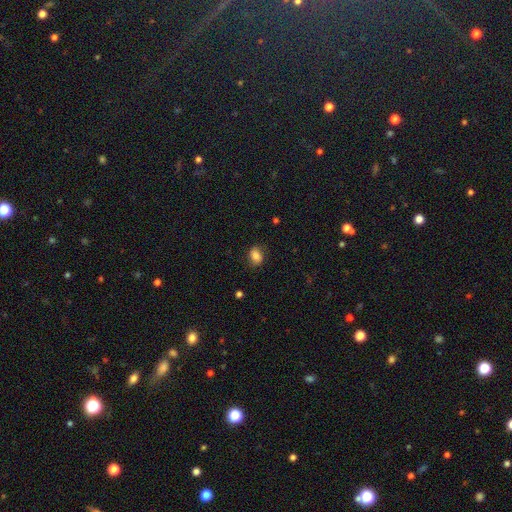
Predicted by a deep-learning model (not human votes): A smooth galaxy with no disk features (82%) that is in between round and cigar-shaped (68%). Merging: none (79%).